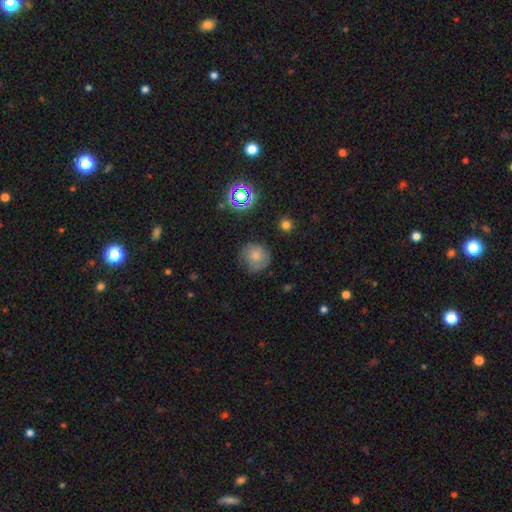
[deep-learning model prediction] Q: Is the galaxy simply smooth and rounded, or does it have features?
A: smooth — 74%.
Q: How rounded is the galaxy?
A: round — 90%.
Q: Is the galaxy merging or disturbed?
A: none — 69%.